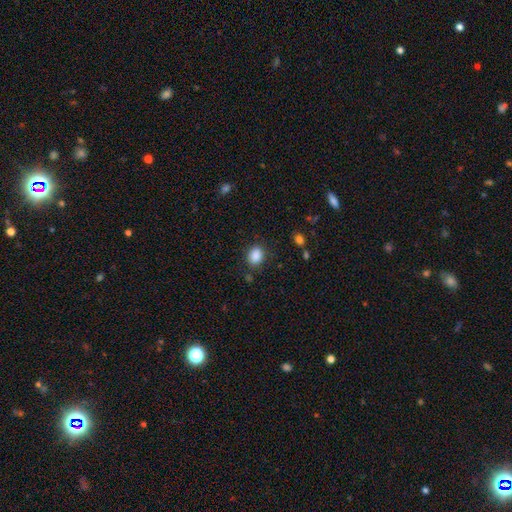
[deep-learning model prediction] This appears to be a smooth galaxy with no disk features (88%) that is in between round and cigar-shaped (55%). Merging: none (83%).